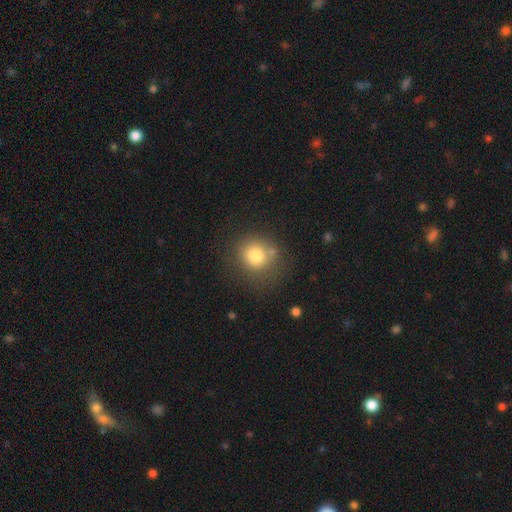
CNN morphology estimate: This is likely a smooth galaxy (79%). How rounded: clearly round (86%). Merging: likely none (70%).